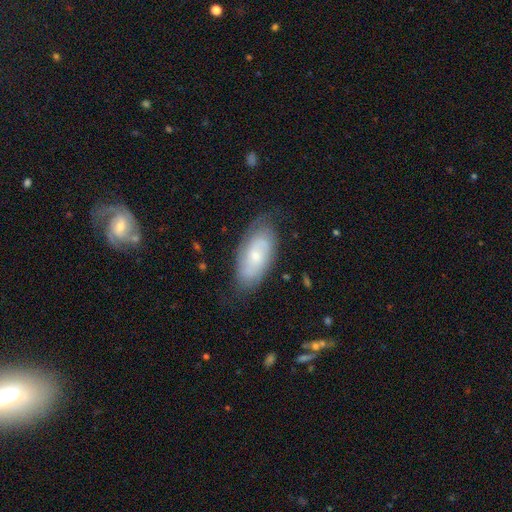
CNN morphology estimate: The model was most divided on "bulge size": small: 57%, moderate: 36%, none: 3%, large: 3%, dominant: 1%. More confident: edge-on disk — no (92%); spiral arms — yes (84%); merging — none (70%); bar — no (68%); smooth or featured — featured or disk (58%).